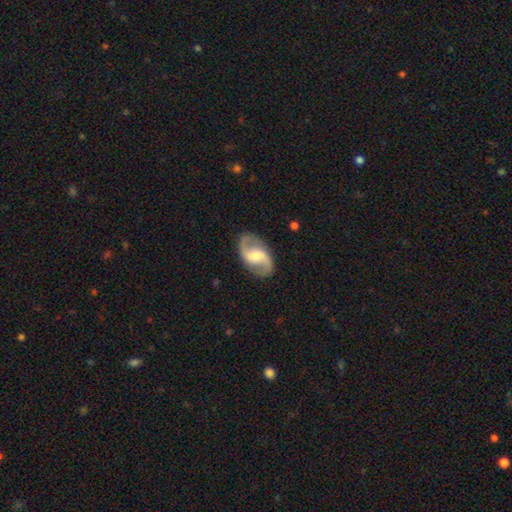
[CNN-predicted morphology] Smooth or featured: featured or disk — 84% (smooth — 11%)
Edge-on disk: no — 97% (yes — 3%)
Bar: weak — 51% (no — 25%)
Spiral arms: yes — 95% (no — 5%)
Spiral winding: loose — 50% (medium — 40%)
Spiral arm count: 2 — 94% (can't tell — 2%)
Bulge size: moderate — 50% (small — 32%)
Merging: none — 86% (minor disturbance — 10%)